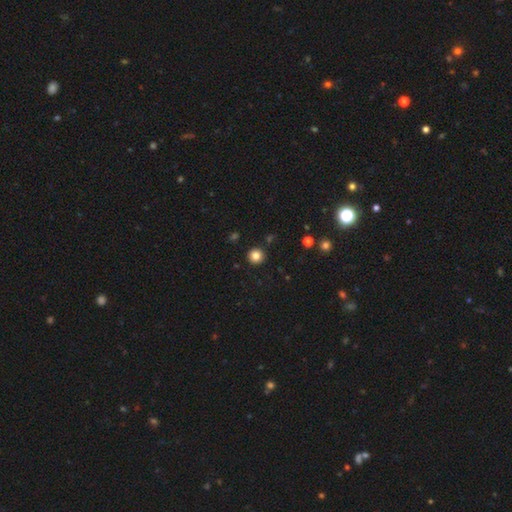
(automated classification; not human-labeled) Smooth or featured: smooth — 83% (star or artifact — 12%)
How rounded: round — 95% (in between — 4%)
Merging: none — 91% (minor disturbance — 5%)